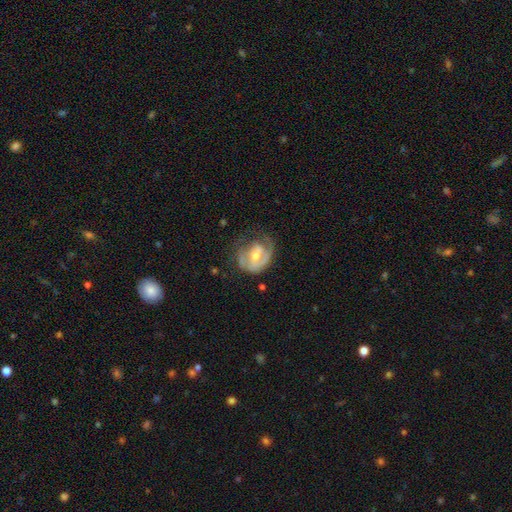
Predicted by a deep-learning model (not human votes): Smooth or featured? featured or disk (72%)
Edge-on disk? no (97%)
Bar? weak (43%)
Spiral arms? yes (79%)
Spiral winding? tight (46%)
Spiral arm count? 1 (43%)
Bulge size? moderate (57%)
Merging? none (45%)